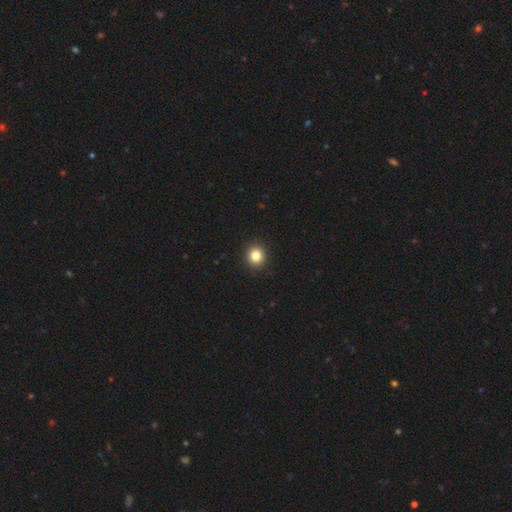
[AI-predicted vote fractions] Morphology: type=smooth (83%); roundness=round (84%); merging=none (93%).